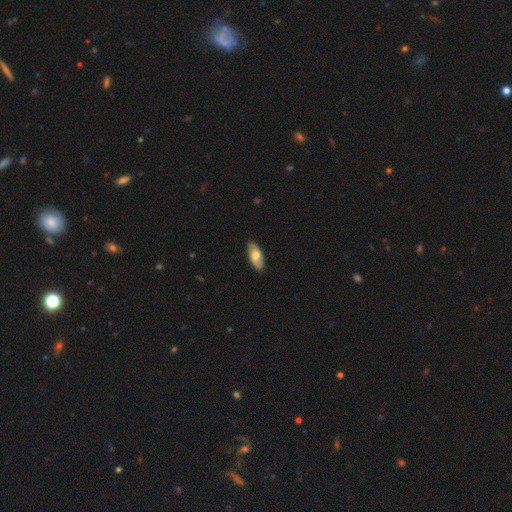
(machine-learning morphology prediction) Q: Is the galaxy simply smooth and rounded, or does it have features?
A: smooth — 60%.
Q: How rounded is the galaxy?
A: in between — 85%.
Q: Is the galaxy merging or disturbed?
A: none — 86%.